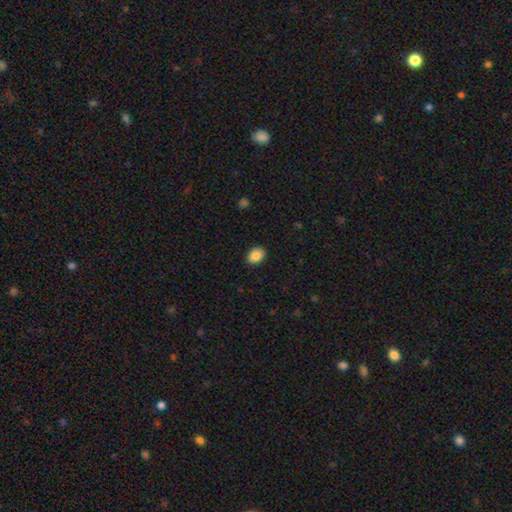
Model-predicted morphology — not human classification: A smooth galaxy with no disk features (87%) that is in between round and cigar-shaped (64%). Merging: none (90%).